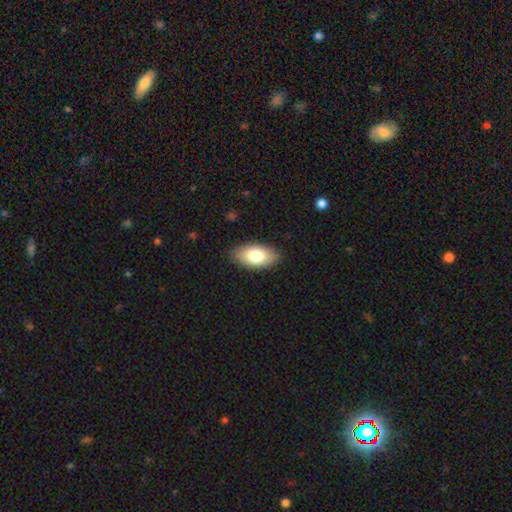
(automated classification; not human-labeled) A smooth galaxy with no disk features (79%) that is in between round and cigar-shaped (93%).

Vote fractions:
- Smooth or featured? smooth: 79% / featured or disk: 15% / star or artifact: 6%
- How rounded? in between: 93% / cigar-shaped: 4% / round: 3%
- Merging? none: 88% / minor disturbance: 9% / major disturbance: 2% / merger: 1%